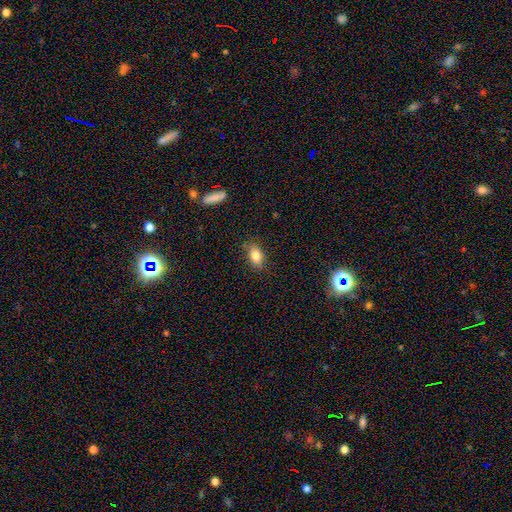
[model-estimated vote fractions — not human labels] Smooth or featured? smooth (82%)
How rounded? in between (85%)
Merging? none (81%)